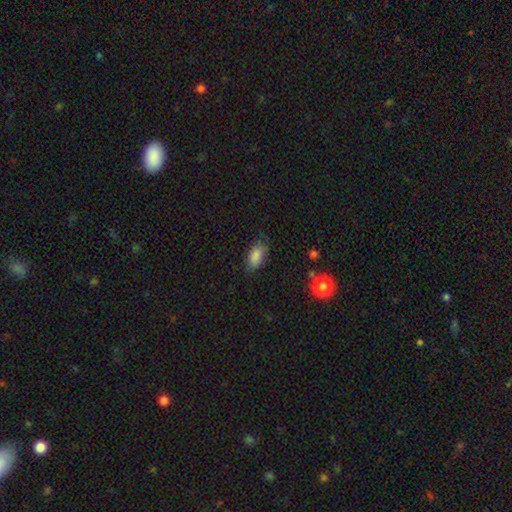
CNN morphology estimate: Smooth or featured: smooth — 86% (star or artifact — 8%)
How rounded: in between — 91% (round — 5%)
Merging: none — 75% (minor disturbance — 19%)